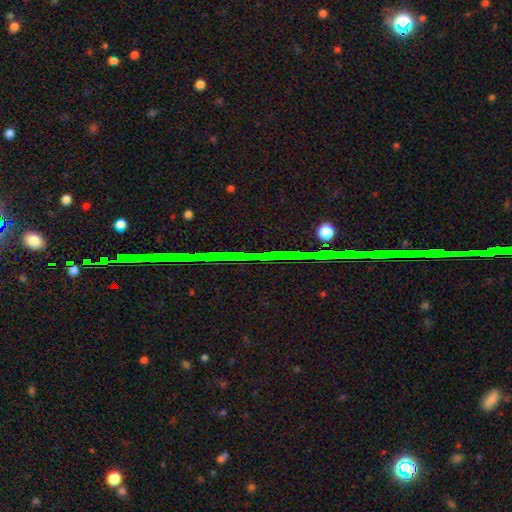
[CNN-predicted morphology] Overall: star or artifact (85%).